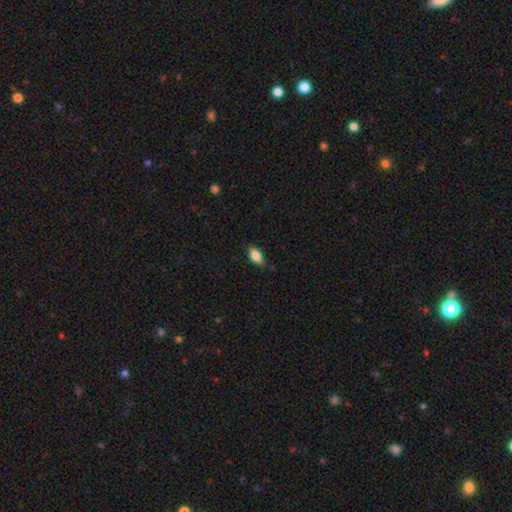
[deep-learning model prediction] Smooth or featured: smooth — 82% (featured or disk — 11%)
How rounded: in between — 88% (cigar-shaped — 9%)
Merging: none — 80% (minor disturbance — 16%)